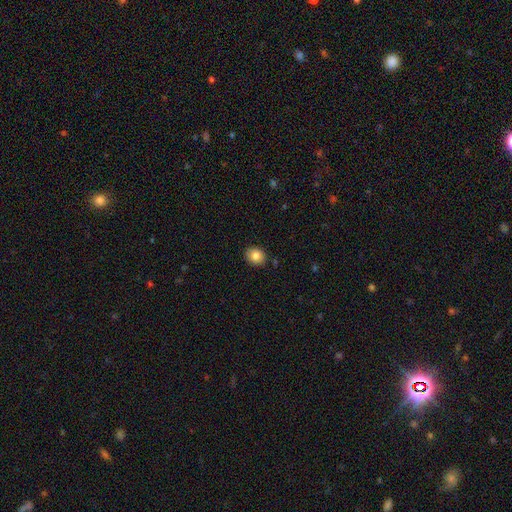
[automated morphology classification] Smooth or featured? Predicted: smooth (p=0.83). How rounded? Predicted: round (p=0.61). Merging? Predicted: none (p=0.88).